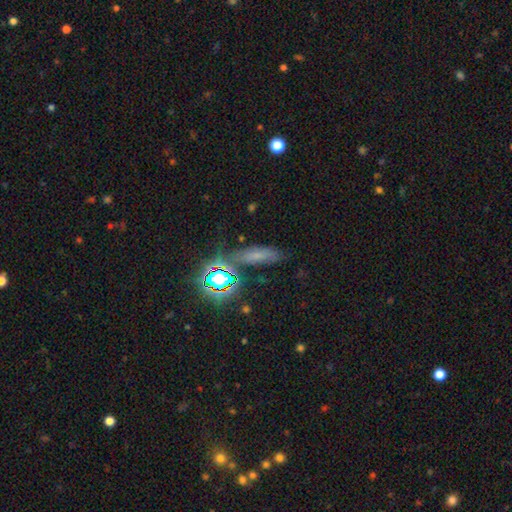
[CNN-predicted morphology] A smooth galaxy with no disk features (45%). Merging: none (70%).